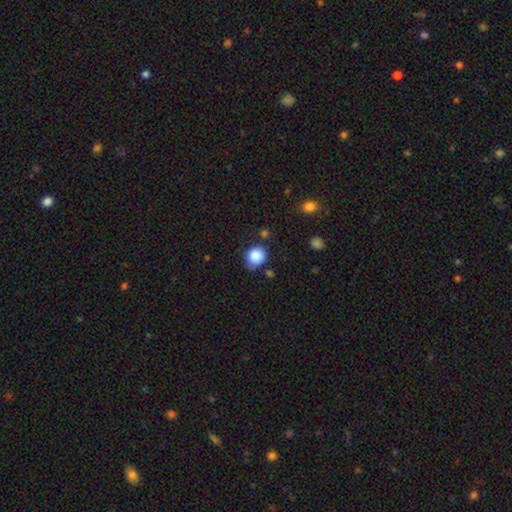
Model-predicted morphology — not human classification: A smooth galaxy with no disk features (87%) that is round (76%). Merging: none (66%).